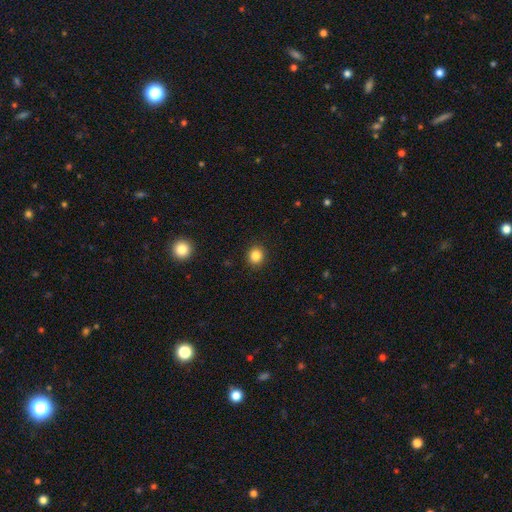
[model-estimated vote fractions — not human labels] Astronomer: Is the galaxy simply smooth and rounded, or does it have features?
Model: smooth — 84%.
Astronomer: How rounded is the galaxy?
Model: round — 82%.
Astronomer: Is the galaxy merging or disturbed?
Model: none — 91%.